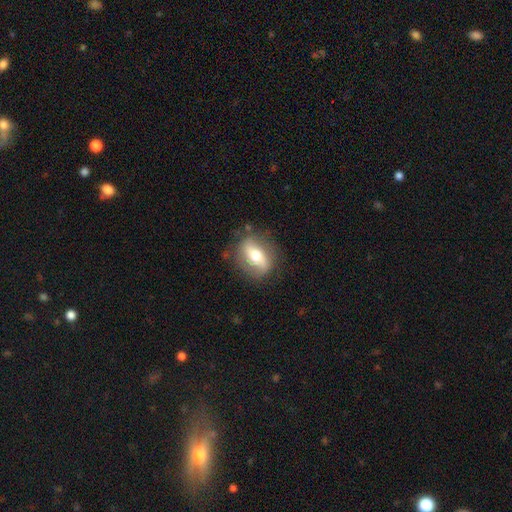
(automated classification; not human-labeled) This is possibly a featured or disk galaxy (49%). Merging: likely none (77%).